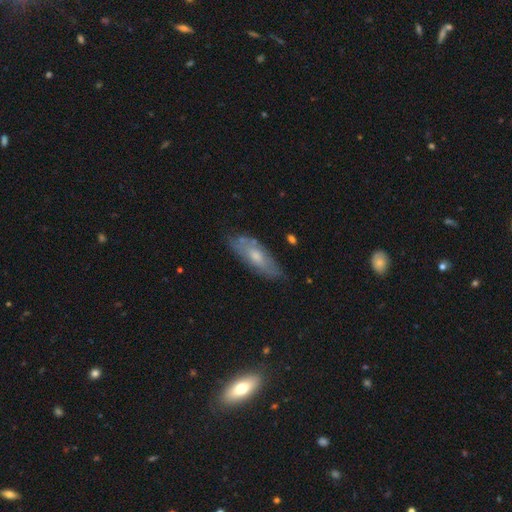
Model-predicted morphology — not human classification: Smooth or featured?
  - featured or disk: 48% *
  - smooth: 45%
  - star or artifact: 7%
Merging?
  - none: 67% *
  - minor disturbance: 24%
  - major disturbance: 6%
  - merger: 3%